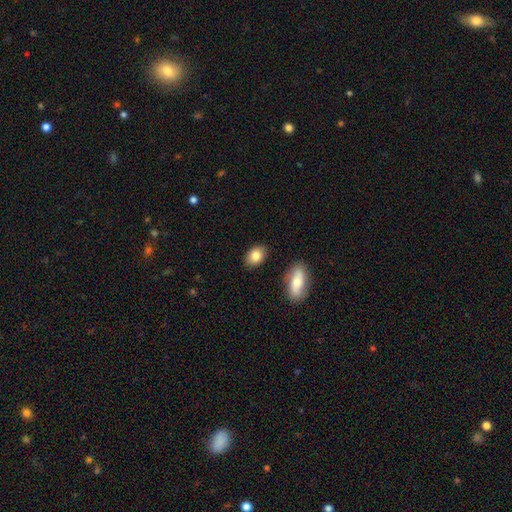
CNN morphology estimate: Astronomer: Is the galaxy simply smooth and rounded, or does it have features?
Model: smooth — 83%.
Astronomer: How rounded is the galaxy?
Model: in between — 78%.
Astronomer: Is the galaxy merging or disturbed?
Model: none — 85%.